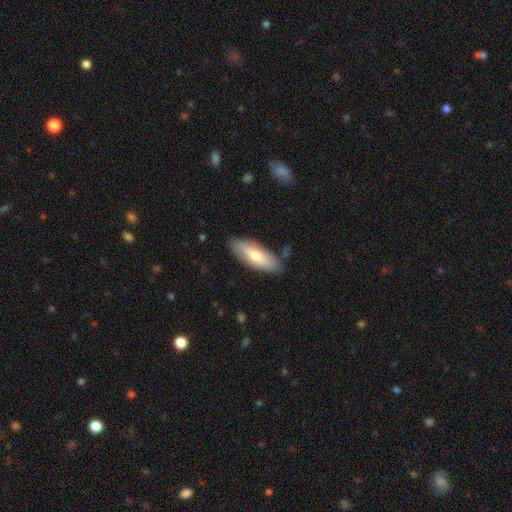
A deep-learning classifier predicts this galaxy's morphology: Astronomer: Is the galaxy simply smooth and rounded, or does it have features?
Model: smooth — 66%.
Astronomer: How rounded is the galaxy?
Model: in between — 72%.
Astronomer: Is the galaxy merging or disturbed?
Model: none — 81%.